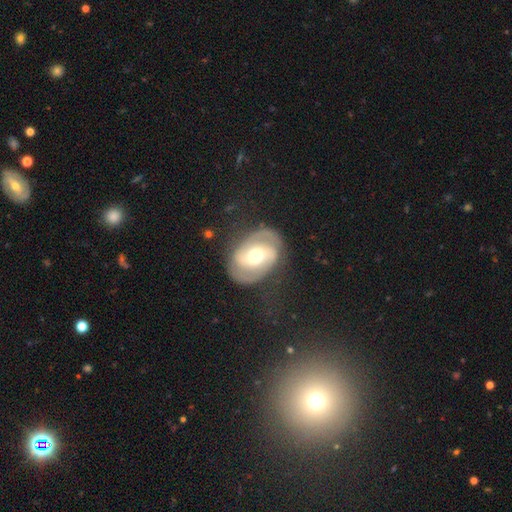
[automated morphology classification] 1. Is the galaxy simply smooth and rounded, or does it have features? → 81% featured or disk, 14% smooth, 5% star or artifact.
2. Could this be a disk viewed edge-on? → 97% no, 3% yes.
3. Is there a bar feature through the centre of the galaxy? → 43% no, 37% weak, 20% strong.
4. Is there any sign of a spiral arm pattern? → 90% yes, 10% no.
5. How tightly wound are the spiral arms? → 46% medium, 35% tight, 19% loose.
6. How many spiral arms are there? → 87% 2, 6% can't tell, 2% 1, 2% 3, 1% 4, 1% more than 4.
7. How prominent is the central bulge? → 72% moderate, 13% large, 13% small, 1% dominant, 1% none.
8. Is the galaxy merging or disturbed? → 74% none, 15% minor disturbance, 9% major disturbance, 1% merger.